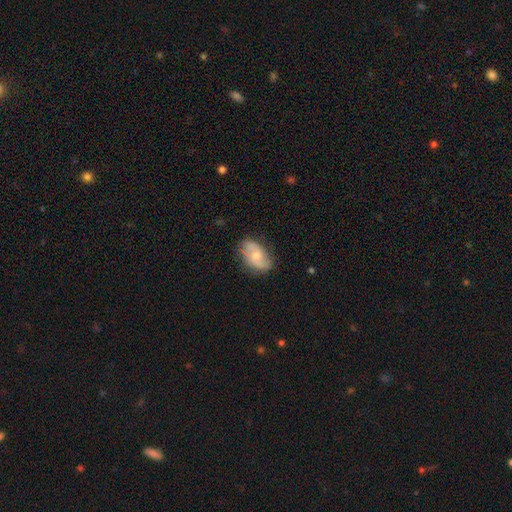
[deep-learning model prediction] This appears to be a featured or disk galaxy (50%). Merging: none (71%).